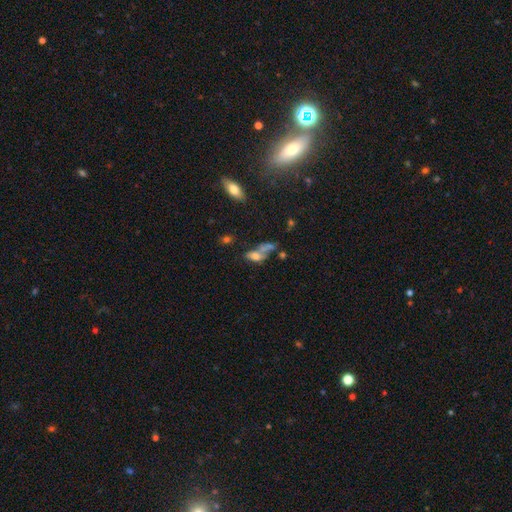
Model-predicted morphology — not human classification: Overall: smooth (61%; featured or disk 24%). How rounded: in between (79%). Merging: merger (44%; none 25%).